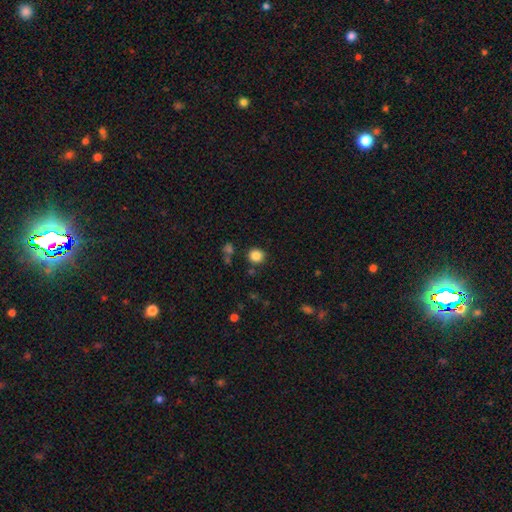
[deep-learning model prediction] Morphology: type=smooth (85%); roundness=round (90%); merging=none (86%).